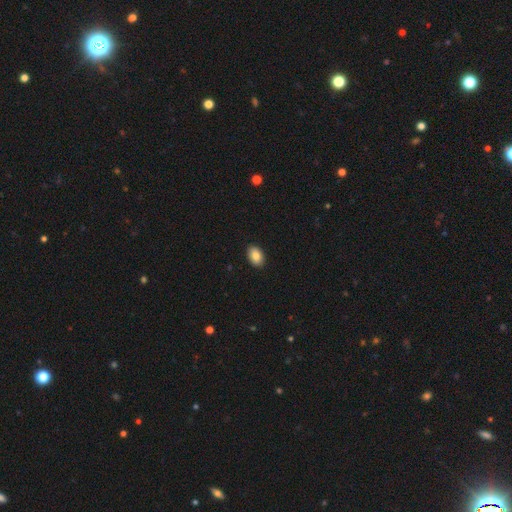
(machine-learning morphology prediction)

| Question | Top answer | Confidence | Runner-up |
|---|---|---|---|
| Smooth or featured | smooth | 86% | star or artifact (7%) |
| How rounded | in between | 87% | round (12%) |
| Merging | none | 90% | minor disturbance (7%) |